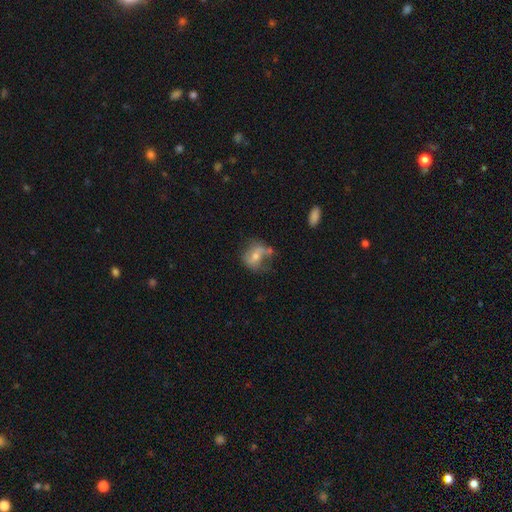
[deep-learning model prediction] Q: Smooth or featured?
A: featured or disk (48%); runner-up: smooth (43%)
Q: Merging?
A: none (43%); runner-up: minor disturbance (27%)